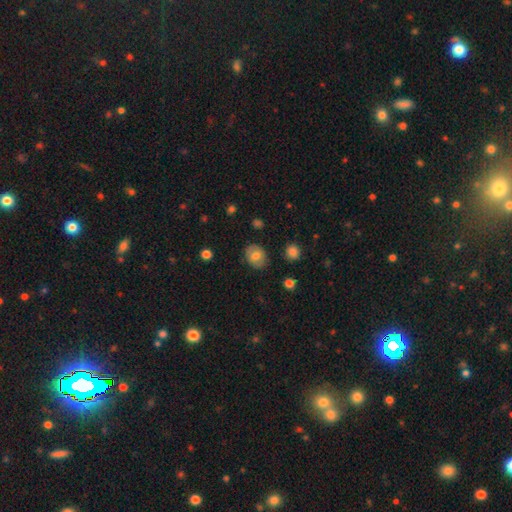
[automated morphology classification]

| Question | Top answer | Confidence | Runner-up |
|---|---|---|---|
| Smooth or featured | smooth | 71% | featured or disk (20%) |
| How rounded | in between | 50% | round (49%) |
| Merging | none | 83% | minor disturbance (13%) |